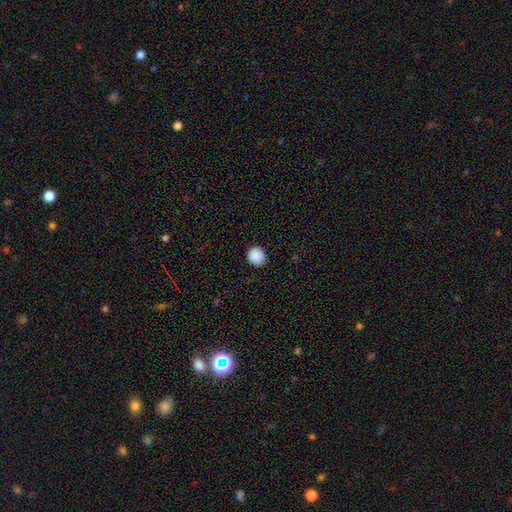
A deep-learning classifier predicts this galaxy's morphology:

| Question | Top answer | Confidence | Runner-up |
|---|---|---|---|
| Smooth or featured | smooth | 90% | star or artifact (8%) |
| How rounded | round | 86% | in between (13%) |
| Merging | none | 90% | minor disturbance (8%) |